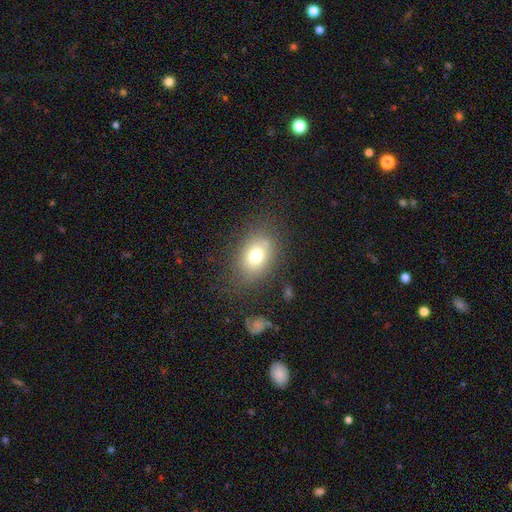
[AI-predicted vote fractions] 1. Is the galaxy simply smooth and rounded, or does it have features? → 74% smooth, 14% featured or disk, 12% star or artifact.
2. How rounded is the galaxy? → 66% in between, 33% round, 1% cigar-shaped.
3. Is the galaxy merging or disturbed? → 76% none, 14% minor disturbance, 7% major disturbance, 3% merger.